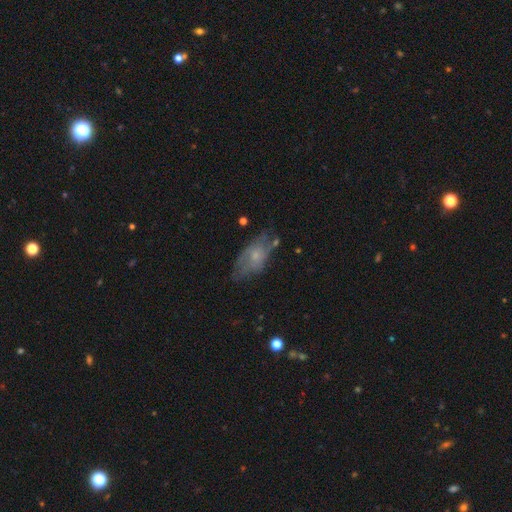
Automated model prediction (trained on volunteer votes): The model was most divided on "smooth or featured": featured or disk: 47%, smooth: 44%, star or artifact: 9%. More confident: merging — none (52%).